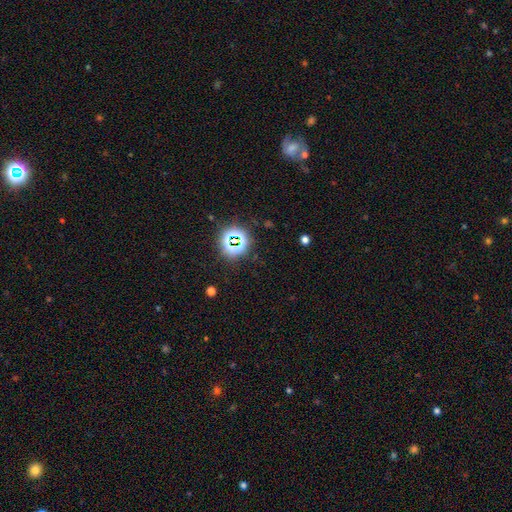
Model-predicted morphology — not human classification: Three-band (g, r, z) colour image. It shows a star or artifact, not a galaxy (75%).